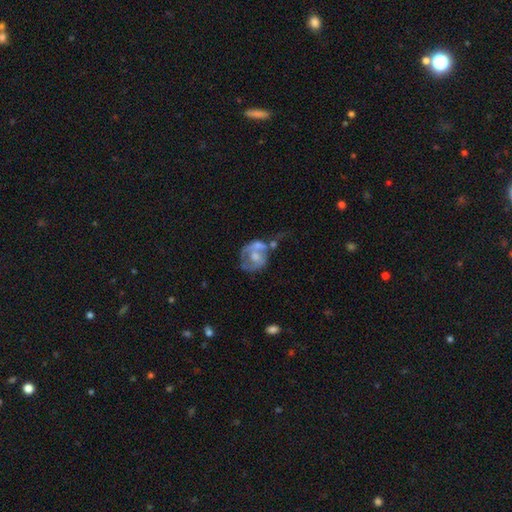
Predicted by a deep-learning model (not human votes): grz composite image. It shows a featured or disk galaxy (58%) with no bar (77%), no spiral arms (60%) and a moderate central bulge (50%). Merging: merger (33%).